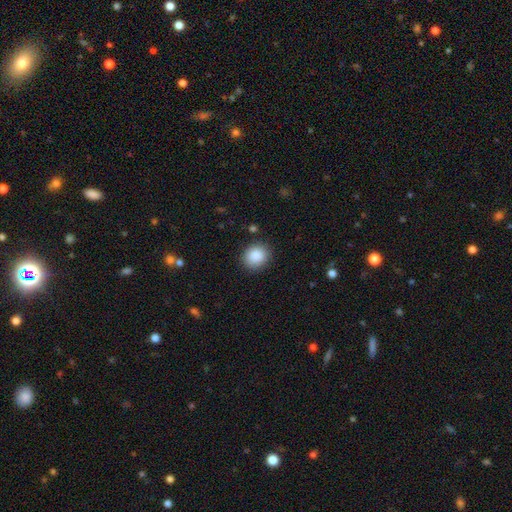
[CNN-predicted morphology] This is clearly a smooth galaxy (88%). How rounded: likely round (77%). Merging: clearly none (88%).